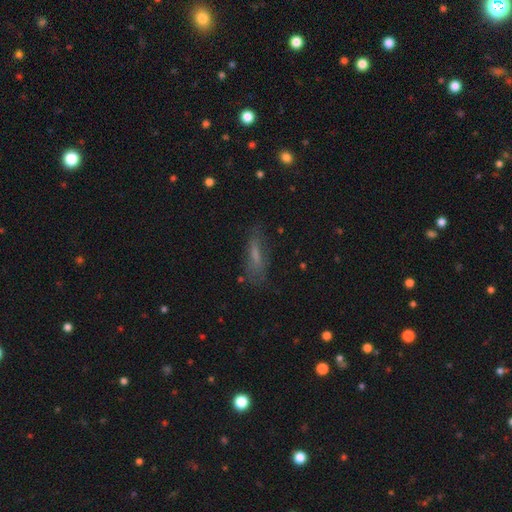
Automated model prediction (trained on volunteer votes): The model was most divided on "smooth or featured": smooth: 54%, featured or disk: 32%, star or artifact: 14%. More confident: merging — none (66%); how rounded — cigar-shaped (64%).